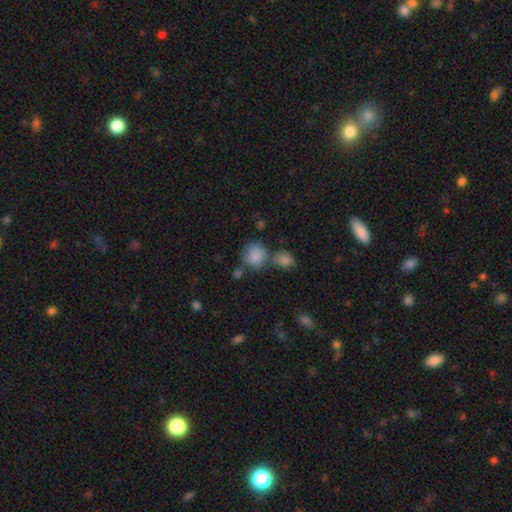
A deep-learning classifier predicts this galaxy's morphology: A smooth galaxy with no disk features (83%) that is round (79%).

Vote fractions:
- Smooth or featured? smooth: 83% / star or artifact: 9% / featured or disk: 8%
- How rounded? round: 79% / in between: 20% / cigar-shaped: 1%
- Merging? none: 52% / merger: 26% / minor disturbance: 16% / major disturbance: 6%